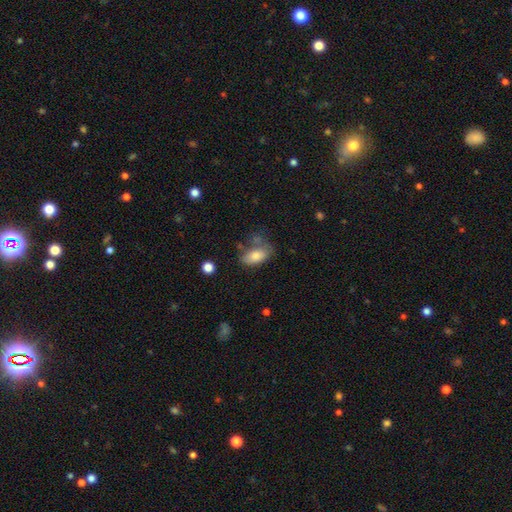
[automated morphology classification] Smooth or featured? Predicted: smooth (p=0.78). How rounded? Predicted: in between (p=0.91). Merging? Predicted: none (p=0.49).